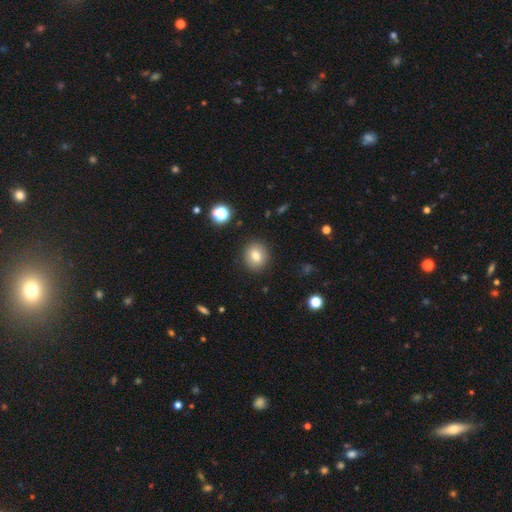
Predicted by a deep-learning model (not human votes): smooth-or-featured: smooth: 79% | star or artifact: 11% | featured or disk: 10%
  how-rounded: round: 78% | in between: 21% | cigar-shaped: 1%
  merging: none: 88% | minor disturbance: 8% | major disturbance: 3% | merger: 2%